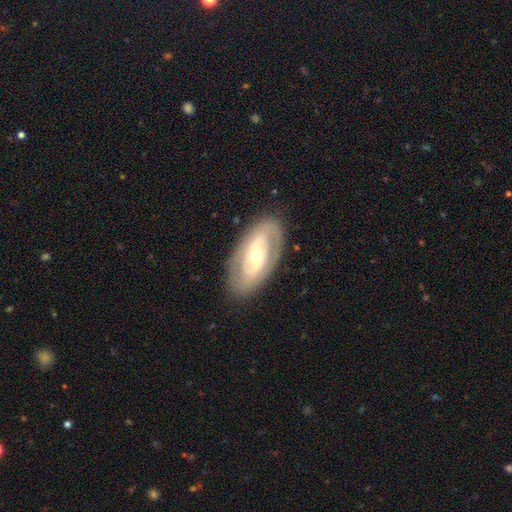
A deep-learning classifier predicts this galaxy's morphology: This is likely a featured or disk galaxy (76%). It is clearly not viewed edge-on (92%). Bar: possibly no (49%). Spiral arm pattern: likely yes (70%). Central bulge: possibly moderate (52%). Merging: clearly none (82%).